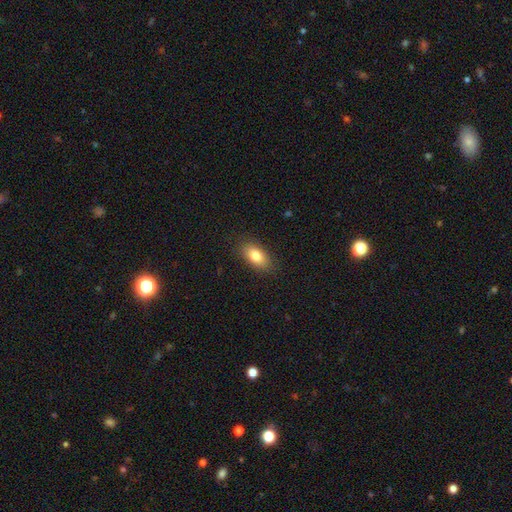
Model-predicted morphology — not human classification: smooth_or_featured: smooth (p=0.82) [alt: featured or disk p=0.11]
how_rounded: in between (p=0.88) [alt: round p=0.06]
merging: none (p=0.87) [alt: minor disturbance p=0.10]